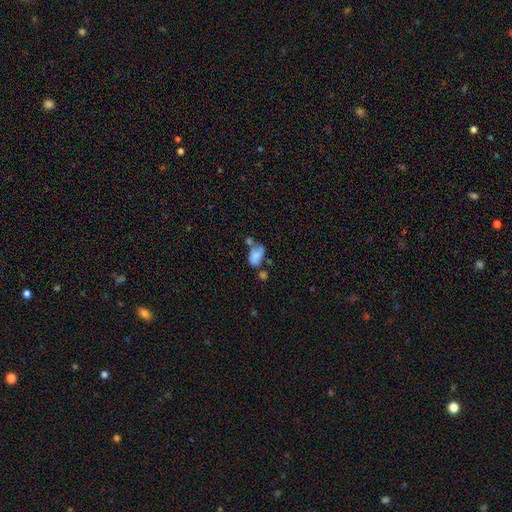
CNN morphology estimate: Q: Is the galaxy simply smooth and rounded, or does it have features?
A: smooth — 72%.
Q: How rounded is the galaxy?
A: in between — 87%.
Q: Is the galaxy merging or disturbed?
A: merger — 34%.